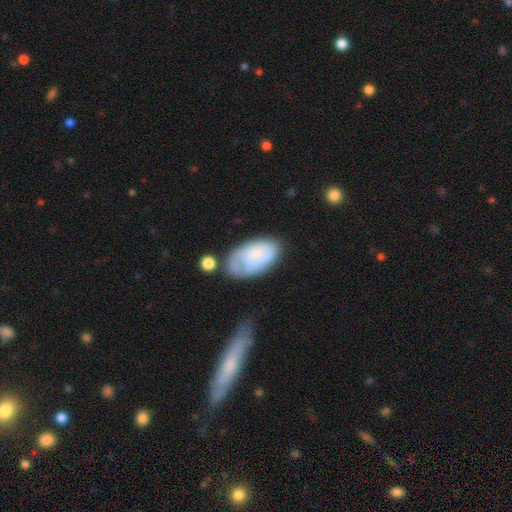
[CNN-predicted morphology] smooth 61%, featured or disk 32%, star or artifact 7%. Down the decision tree: how rounded — in between (94%); merging — none (50%).